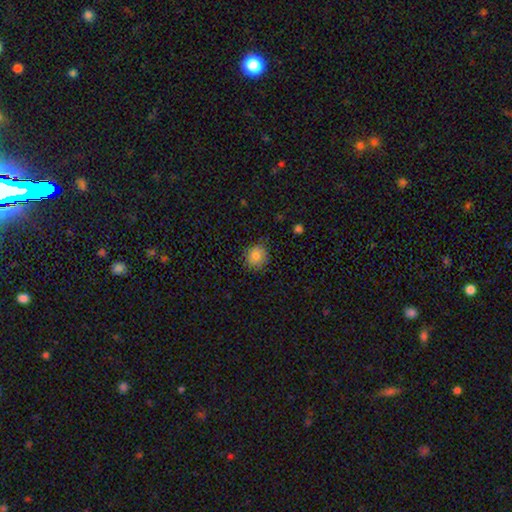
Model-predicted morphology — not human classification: smooth-or-featured: smooth: 83% | star or artifact: 10% | featured or disk: 7%
  how-rounded: round: 79% | in between: 20% | cigar-shaped: 1%
  merging: none: 82% | minor disturbance: 14% | major disturbance: 3% | merger: 1%